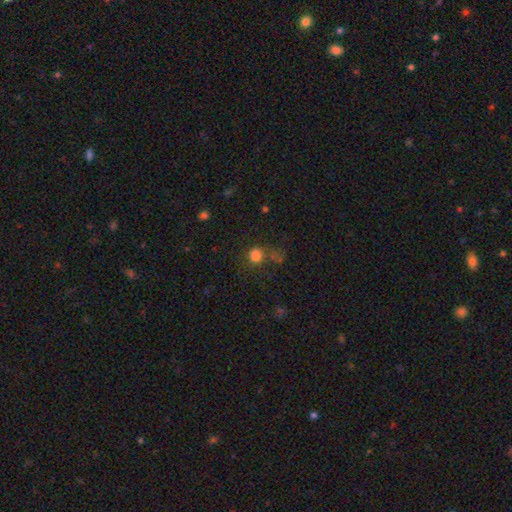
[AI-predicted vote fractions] This appears to be a smooth galaxy with no disk features (78%) that is round (77%). Merging: none (59%).